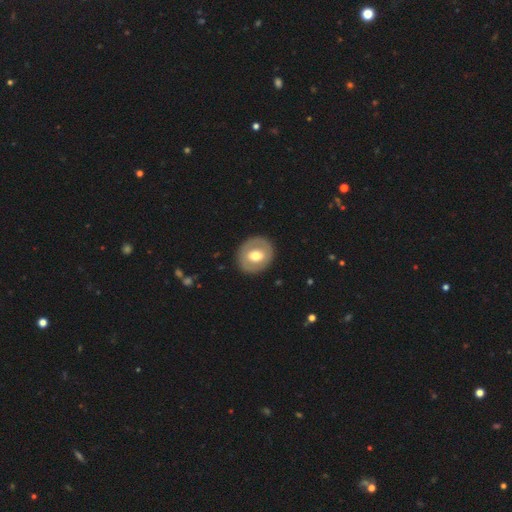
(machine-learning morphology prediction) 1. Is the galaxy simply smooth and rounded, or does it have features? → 49% smooth, 45% featured or disk, 5% star or artifact.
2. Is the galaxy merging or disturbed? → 86% none, 9% minor disturbance, 3% major disturbance, 1% merger.